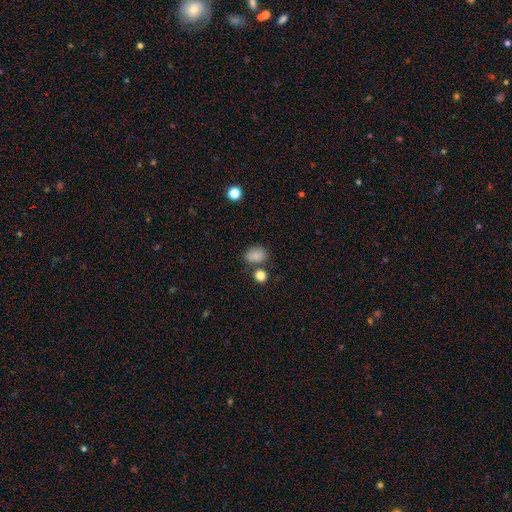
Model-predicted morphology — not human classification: Smooth or featured?
  - smooth: 83% *
  - star or artifact: 11%
  - featured or disk: 7%
How rounded?
  - in between: 64% *
  - round: 35%
  - cigar-shaped: 1%
Merging?
  - none: 65% *
  - minor disturbance: 17%
  - merger: 12%
  - major disturbance: 5%